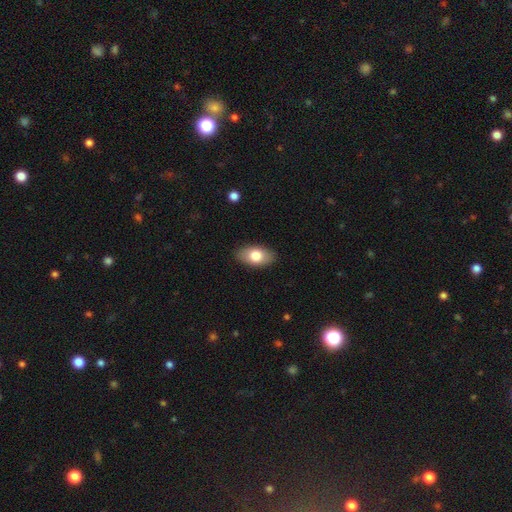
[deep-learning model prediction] smooth-or-featured: smooth: 77% | featured or disk: 16% | star or artifact: 7%
  how-rounded: in between: 92% | round: 6% | cigar-shaped: 2%
  merging: none: 88% | minor disturbance: 9% | major disturbance: 2% | merger: 1%